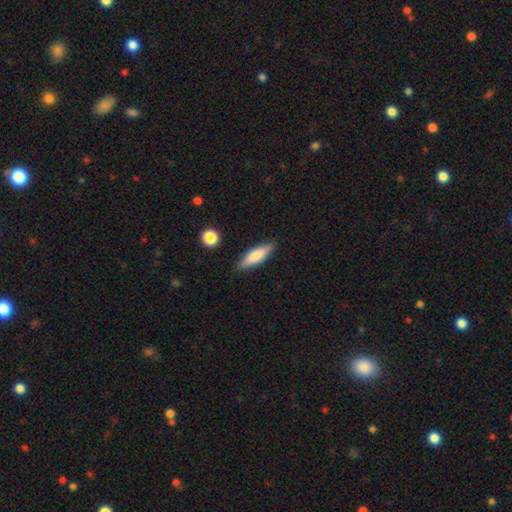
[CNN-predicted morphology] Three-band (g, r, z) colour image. It shows a smooth galaxy with no disk features (73%) that is cigar-shaped (61%). Merging: none (87%).